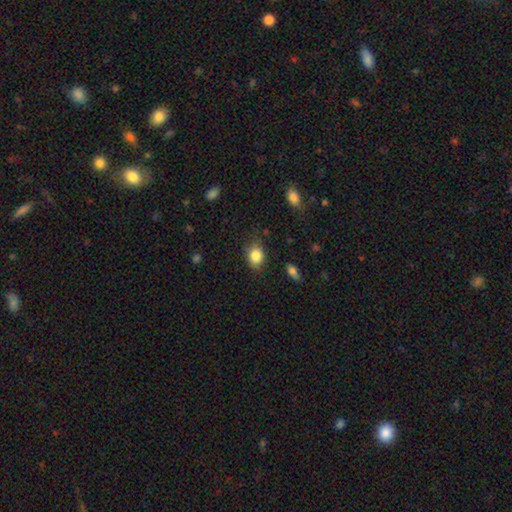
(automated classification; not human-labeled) A smooth galaxy with no disk features (84%) that is in between round and cigar-shaped (58%).

Vote fractions:
- Smooth or featured? smooth: 84% / star or artifact: 9% / featured or disk: 7%
- How rounded? in between: 58% / round: 41% / cigar-shaped: 1%
- Merging? none: 76% / minor disturbance: 18% / major disturbance: 4% / merger: 2%